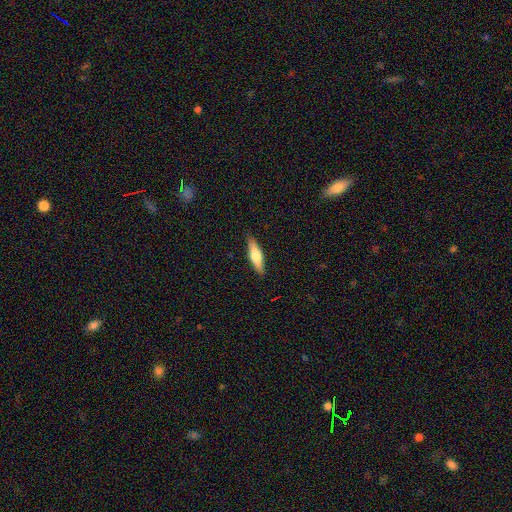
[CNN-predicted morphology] Smooth or featured?
  - smooth: 58% *
  - featured or disk: 37%
  - star or artifact: 6%
How rounded?
  - cigar-shaped: 64% *
  - in between: 34%
  - round: 2%
Merging?
  - none: 87% *
  - minor disturbance: 10%
  - major disturbance: 2%
  - merger: 1%